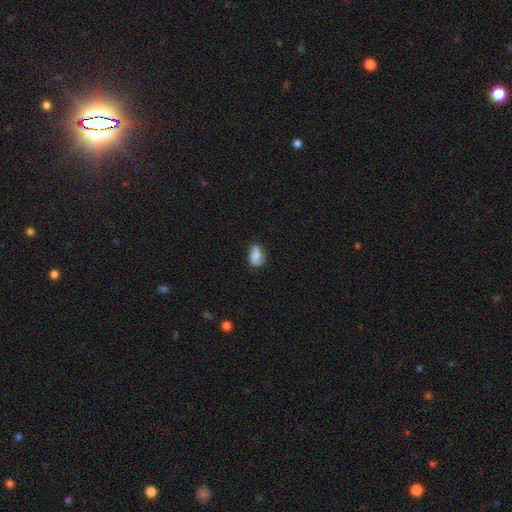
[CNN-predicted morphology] Smooth or featured? smooth (70%)
How rounded? in between (84%)
Merging? none (65%)